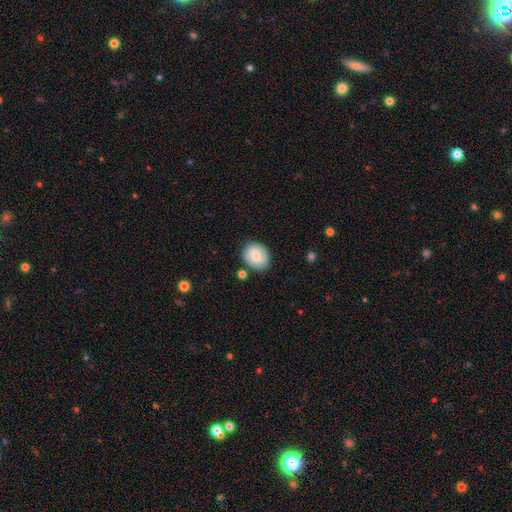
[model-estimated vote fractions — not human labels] smooth_or_featured: smooth (p=0.64) [alt: featured or disk p=0.28]
how_rounded: round (p=0.60) [alt: in between p=0.39]
merging: none (p=0.79) [alt: minor disturbance p=0.14]